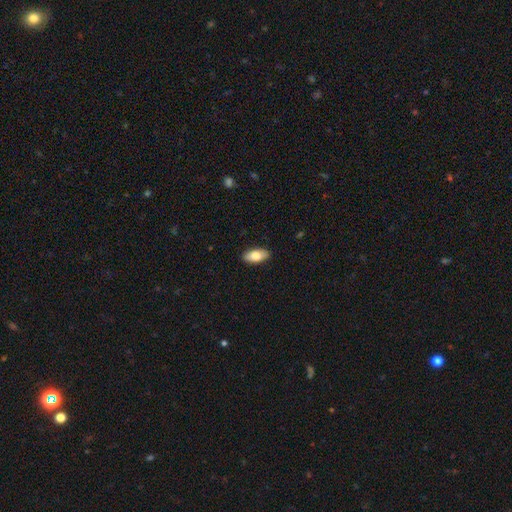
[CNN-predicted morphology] smooth_or_featured: smooth (p=0.79) [alt: featured or disk p=0.15]
how_rounded: in between (p=0.89) [alt: cigar-shaped p=0.08]
merging: none (p=0.89) [alt: minor disturbance p=0.09]